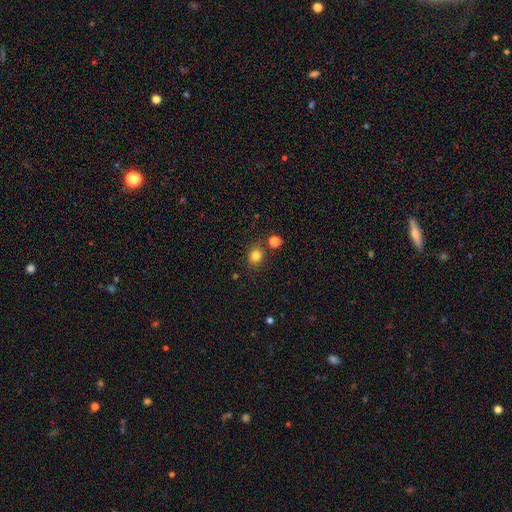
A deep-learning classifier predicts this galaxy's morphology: Overall: smooth (81%). How rounded: round (74%). Merging: none (79%).